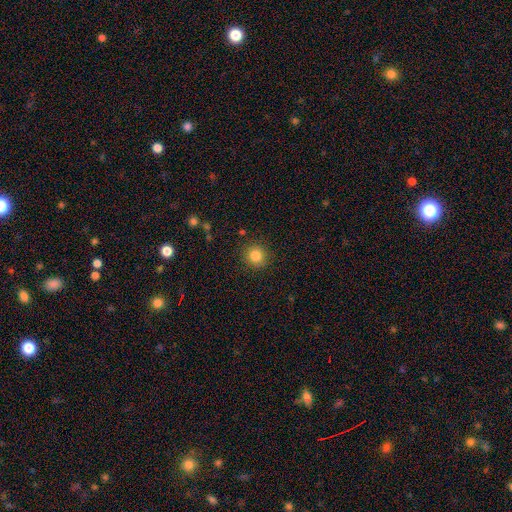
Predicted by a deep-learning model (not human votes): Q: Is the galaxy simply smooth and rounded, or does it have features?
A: smooth — 84%.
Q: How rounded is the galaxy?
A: round — 92%.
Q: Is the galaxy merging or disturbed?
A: none — 90%.